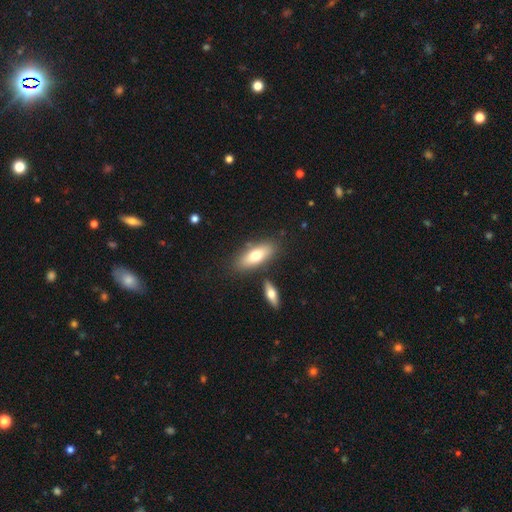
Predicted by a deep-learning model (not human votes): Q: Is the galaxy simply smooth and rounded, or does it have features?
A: smooth — 69%.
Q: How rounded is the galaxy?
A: in between — 73%.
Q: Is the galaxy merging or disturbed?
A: none — 76%.